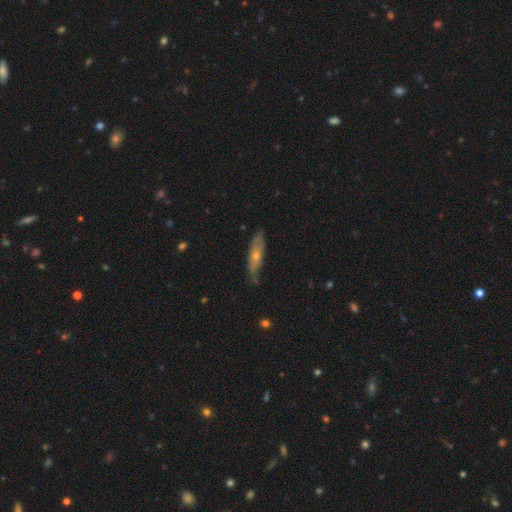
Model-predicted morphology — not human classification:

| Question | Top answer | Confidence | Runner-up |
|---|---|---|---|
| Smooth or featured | featured or disk | 58% | smooth (35%) |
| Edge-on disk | yes | 57% | no (43%) |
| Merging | none | 74% | minor disturbance (21%) |